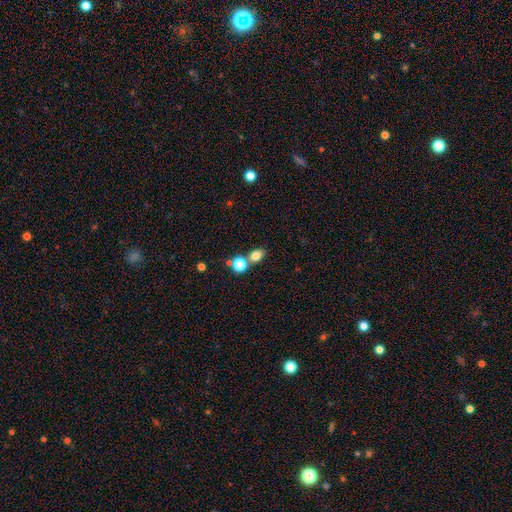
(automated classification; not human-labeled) Smooth or featured?
  - smooth: 78% *
  - star or artifact: 14%
  - featured or disk: 8%
How rounded?
  - in between: 57% *
  - round: 42%
  - cigar-shaped: 1%
Merging?
  - none: 60% *
  - merger: 28%
  - minor disturbance: 9%
  - major disturbance: 3%